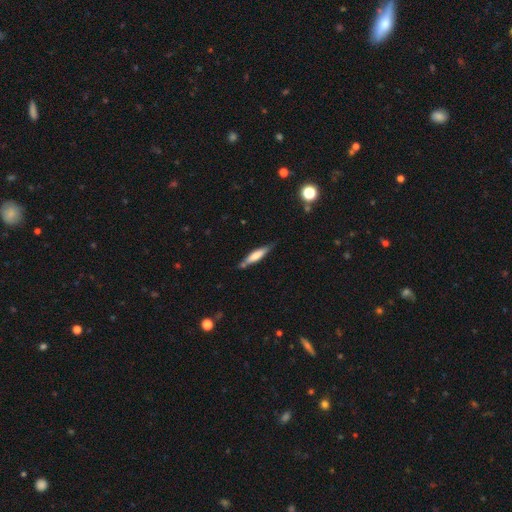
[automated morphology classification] smooth-or-featured: smooth: 59% | featured or disk: 35% | star or artifact: 6%
  how-rounded: cigar-shaped: 80% | in between: 19% | round: 1%
  merging: none: 74% | minor disturbance: 18% | merger: 5% | major disturbance: 3%